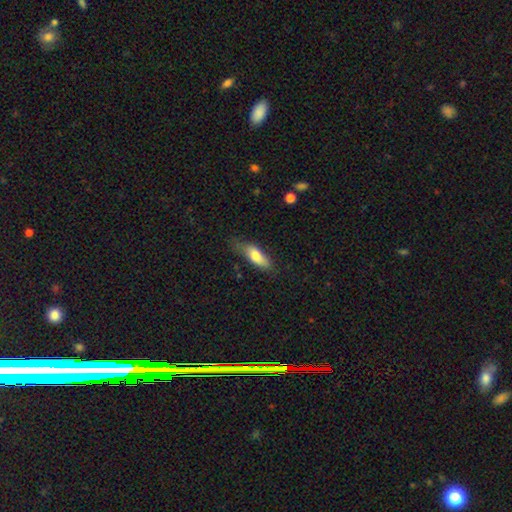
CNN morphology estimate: type=smooth (75%); roundness=in between (65%); merging=none (59%).